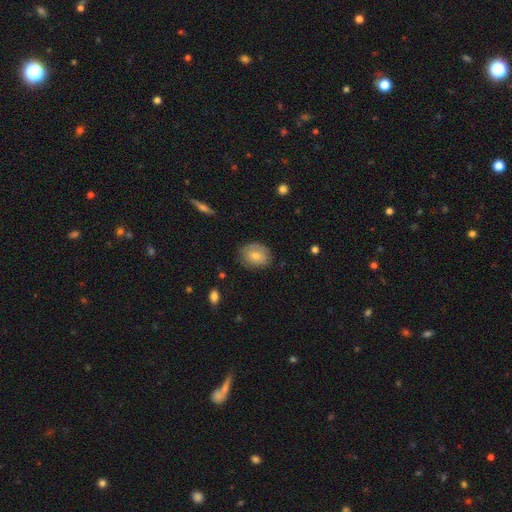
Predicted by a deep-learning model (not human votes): Smooth or featured? Predicted: smooth (p=0.61). How rounded? Predicted: in between (p=0.59). Merging? Predicted: none (p=0.77).